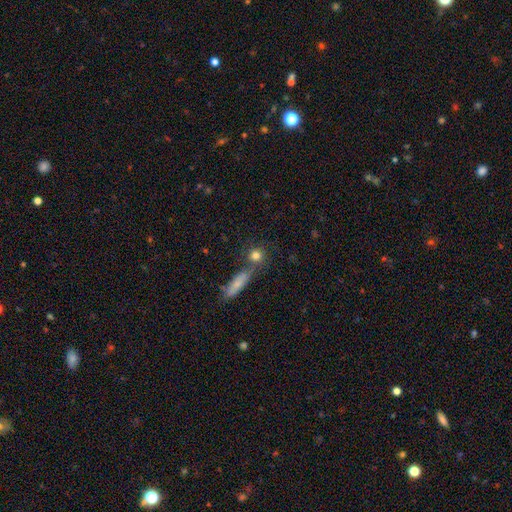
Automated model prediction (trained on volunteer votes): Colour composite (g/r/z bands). It shows a smooth galaxy with no disk features (79%) that is round (82%). Merging: none (66%).